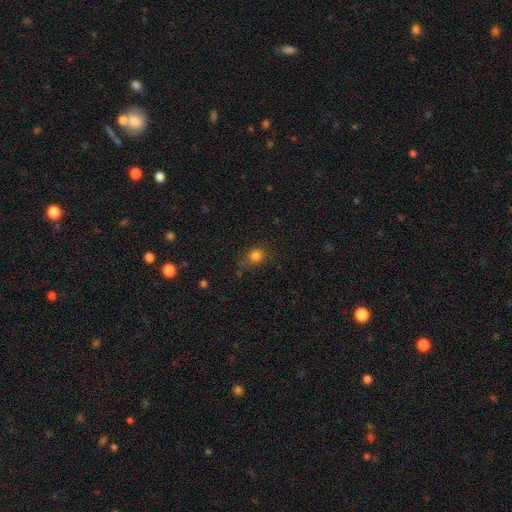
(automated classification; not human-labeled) This appears to be a smooth galaxy with no disk features (80%) that is round (77%). Merging: none (73%).